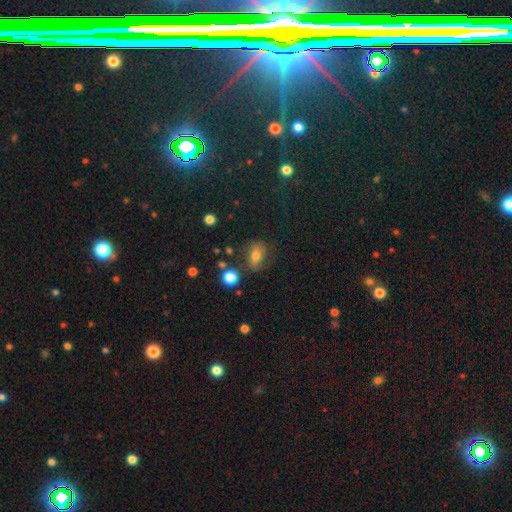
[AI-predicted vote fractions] This appears to be a smooth galaxy with no disk features (66%) that is in between round and cigar-shaped (66%). Merging: none (64%).